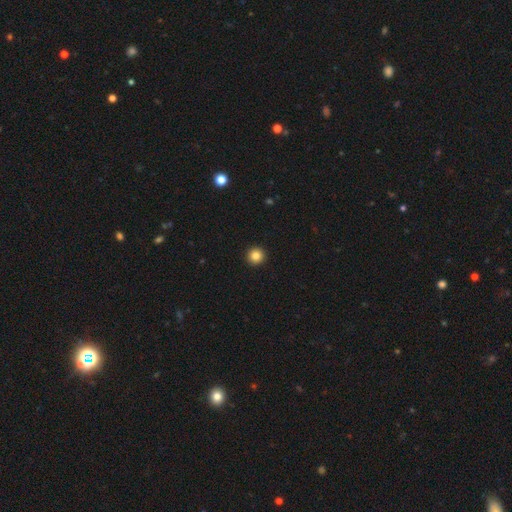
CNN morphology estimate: smooth-or-featured: smooth: 84% | star or artifact: 11% | featured or disk: 5%
  how-rounded: round: 96% | in between: 3% | cigar-shaped: 1%
  merging: none: 94% | minor disturbance: 3% | major disturbance: 1% | merger: 1%